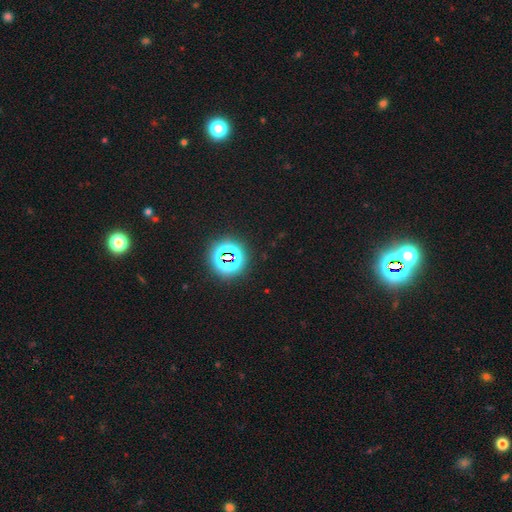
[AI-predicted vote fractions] A star or artifact, not a galaxy (82%).

Vote fractions:
- Smooth or featured? star or artifact: 82% / smooth: 12% / featured or disk: 6%